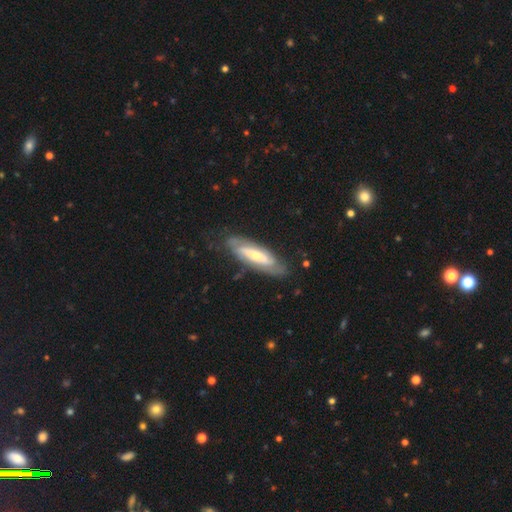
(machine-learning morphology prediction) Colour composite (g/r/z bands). It shows a featured or disk galaxy (71%) with no bar (49%), spiral arms (80%) and a small central bulge (50%). Merging: none (76%).